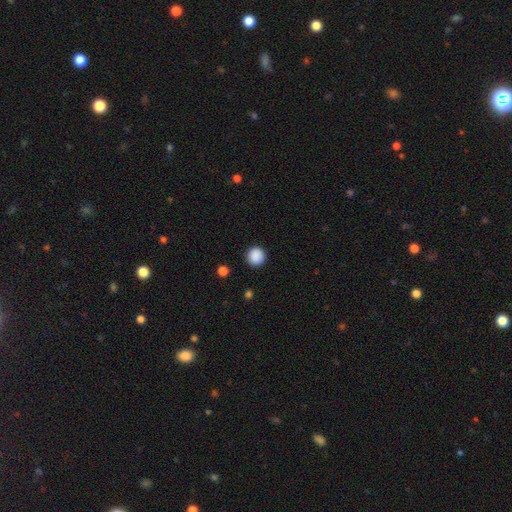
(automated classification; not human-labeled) Smooth or featured: smooth — 89% (star or artifact — 9%)
How rounded: round — 94% (in between — 5%)
Merging: none — 92% (minor disturbance — 5%)